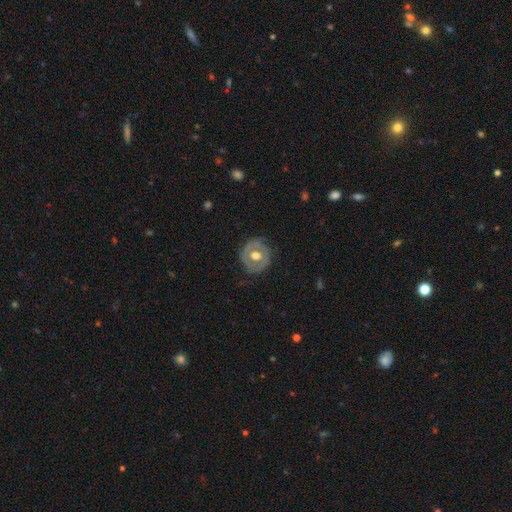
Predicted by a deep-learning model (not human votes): Smooth or featured?
  - featured or disk: 58% *
  - smooth: 36%
  - star or artifact: 6%
Edge-on disk?
  - no: 96% *
  - yes: 4%
Bar?
  - no: 69% *
  - weak: 24%
  - strong: 6%
Spiral arms?
  - no: 59% *
  - yes: 41%
Bulge size?
  - moderate: 70% *
  - large: 23%
  - small: 5%
  - dominant: 1%
  - none: 1%
Merging?
  - none: 75% *
  - minor disturbance: 18%
  - major disturbance: 5%
  - merger: 1%